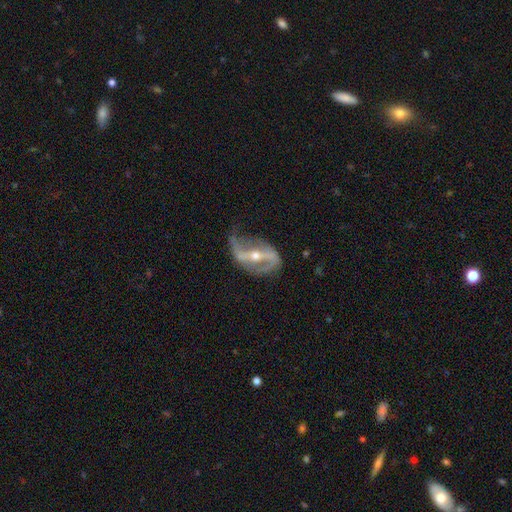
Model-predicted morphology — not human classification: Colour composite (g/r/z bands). It shows a featured or disk galaxy (88%) with a strong bar (71%), 2 (85%) loose (56%) spiral arms (88%) and a small central bulge (49%). Merging: none (53%).